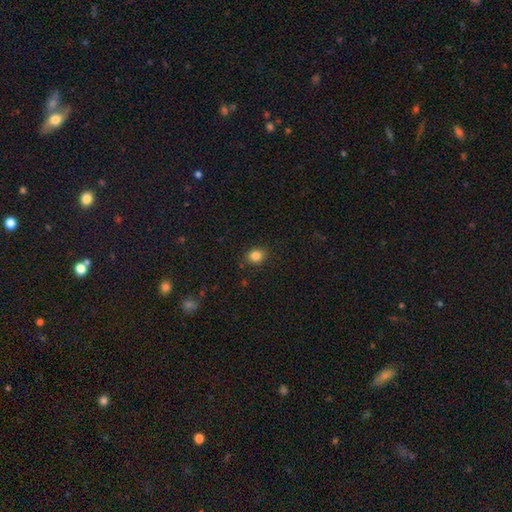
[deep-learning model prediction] Overall: smooth (85%). How rounded: round (67%; in between 32%). Merging: none (86%).